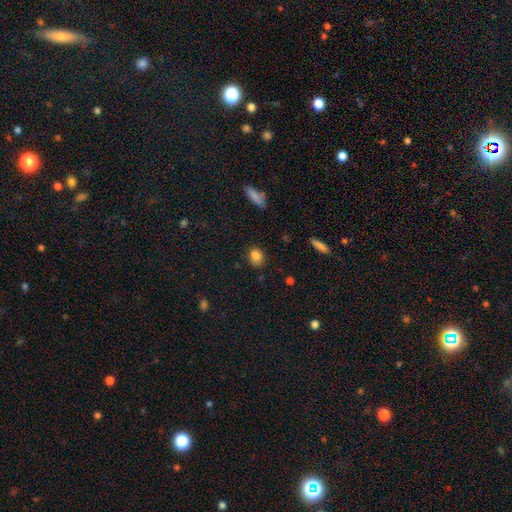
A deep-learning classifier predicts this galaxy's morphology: Smooth or featured?
  - smooth: 85% *
  - star or artifact: 10%
  - featured or disk: 5%
How rounded?
  - round: 53% *
  - in between: 45%
  - cigar-shaped: 2%
Merging?
  - none: 80% *
  - minor disturbance: 15%
  - major disturbance: 3%
  - merger: 2%